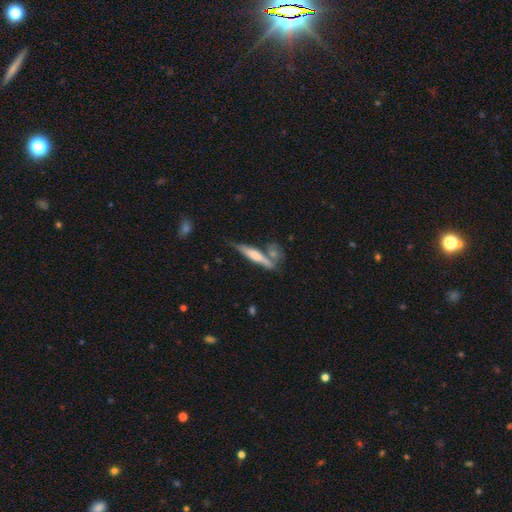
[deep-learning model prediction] This is possibly a smooth galaxy (53%). How rounded: clearly cigar-shaped (83%). Merging: possibly none (55%).